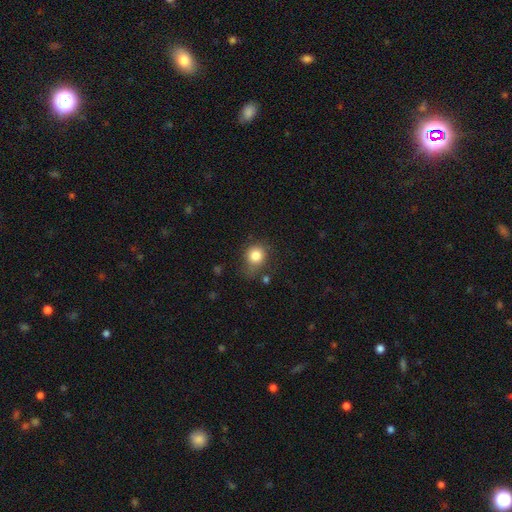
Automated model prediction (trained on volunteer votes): smooth_or_featured: smooth (p=0.82) [alt: star or artifact p=0.10]
how_rounded: round (p=0.77) [alt: in between p=0.23]
merging: none (p=0.59) [alt: minor disturbance p=0.27]